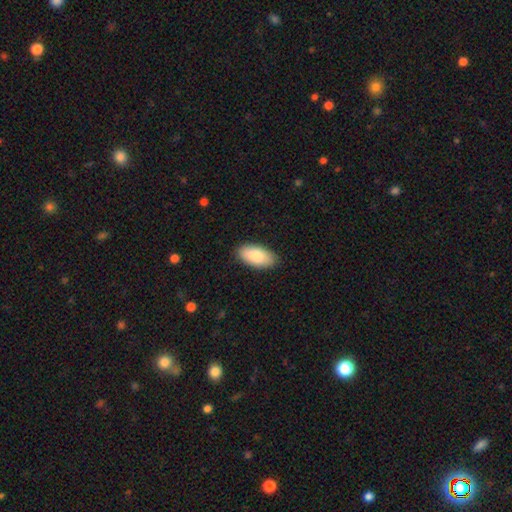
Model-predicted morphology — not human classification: This appears to be a smooth galaxy with no disk features (86%) that is in between round and cigar-shaped (94%). Merging: none (87%).